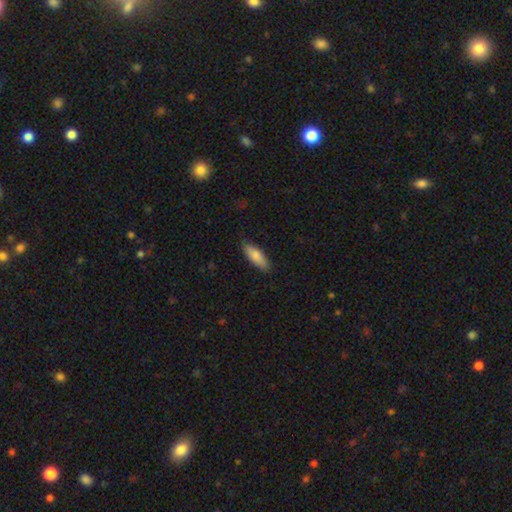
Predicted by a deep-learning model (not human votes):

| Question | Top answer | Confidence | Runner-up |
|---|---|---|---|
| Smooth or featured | smooth | 84% | featured or disk (10%) |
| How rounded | in between | 61% | cigar-shaped (38%) |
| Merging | none | 83% | minor disturbance (13%) |